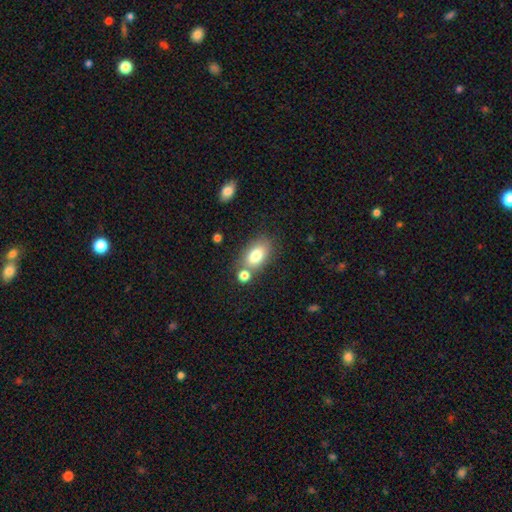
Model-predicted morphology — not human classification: A smooth galaxy with no disk features (78%) that is in between round and cigar-shaped (87%). Merging: none (60%).